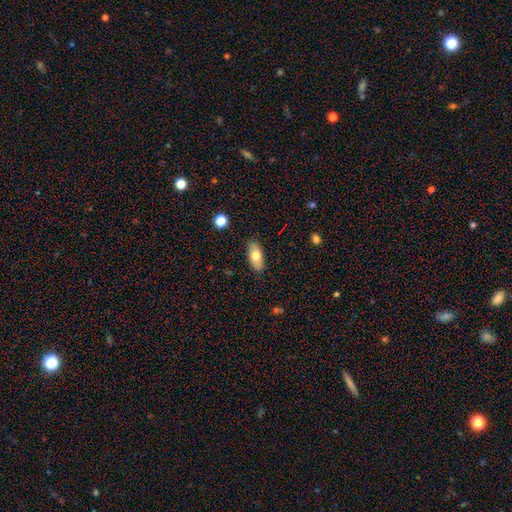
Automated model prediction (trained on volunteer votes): Morphology: type=smooth (71%); roundness=in between (87%); merging=none (86%).